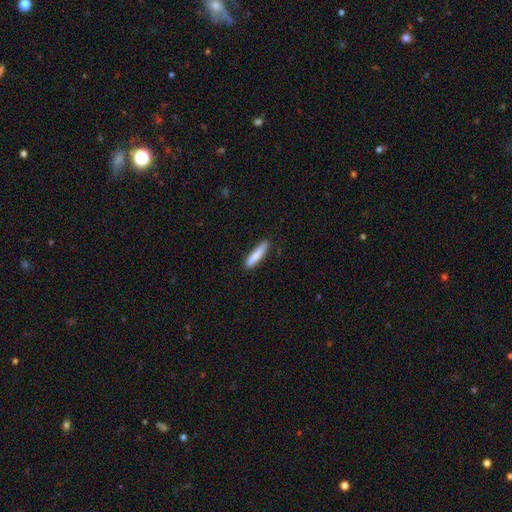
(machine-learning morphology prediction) Smooth or featured: smooth — 82% (featured or disk — 13%)
How rounded: cigar-shaped — 87% (in between — 12%)
Merging: none — 87% (minor disturbance — 10%)